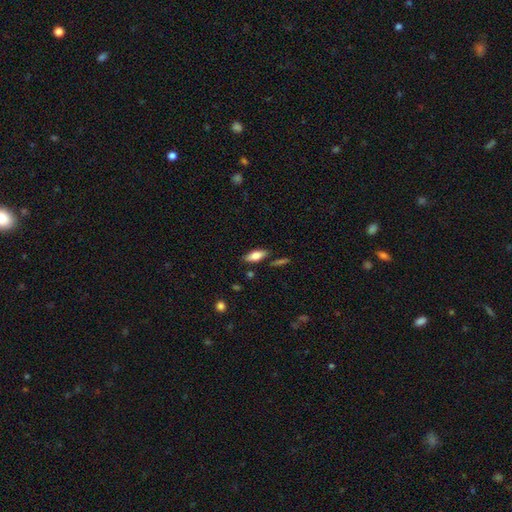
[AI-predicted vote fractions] Smooth or featured? Predicted: smooth (p=0.69). How rounded? Predicted: in between (p=0.77). Merging? Predicted: none (p=0.80).